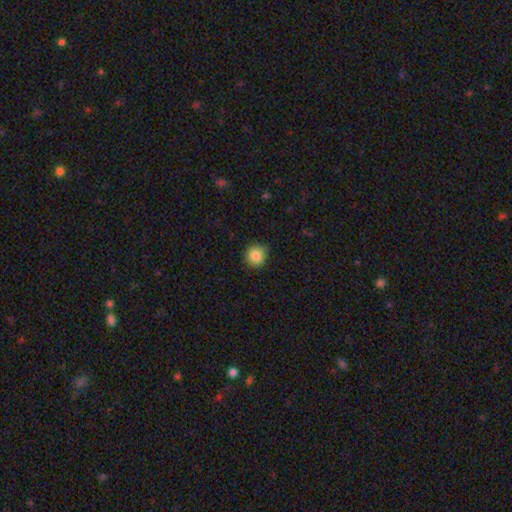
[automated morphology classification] type=smooth (85%); roundness=round (90%); merging=none (83%).